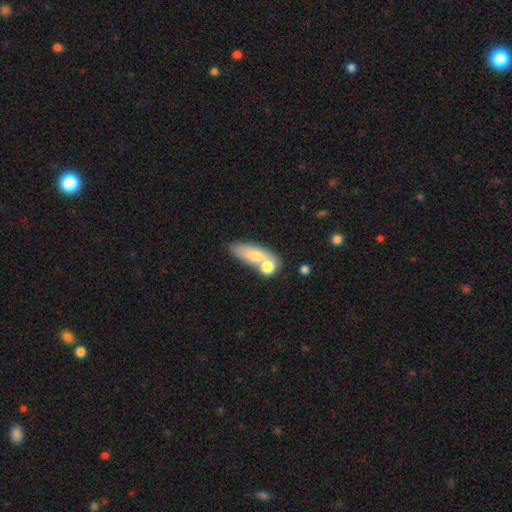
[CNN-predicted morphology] A smooth galaxy with no disk features (72%) that is in between round and cigar-shaped (65%). Merging: none (40%).